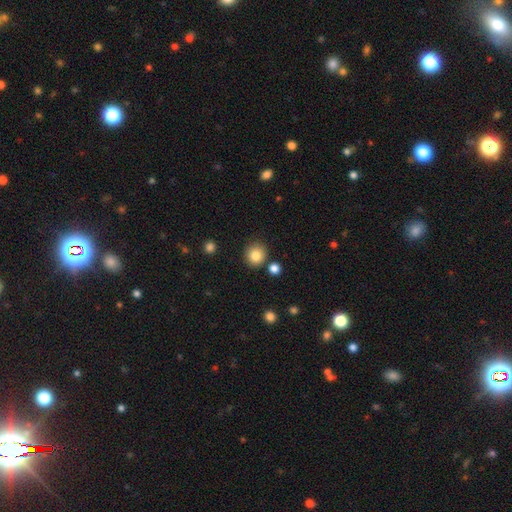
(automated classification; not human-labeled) The model was most divided on "smooth or featured": smooth: 84%, star or artifact: 10%, featured or disk: 6%. More confident: how rounded — round (88%); merging — none (84%).